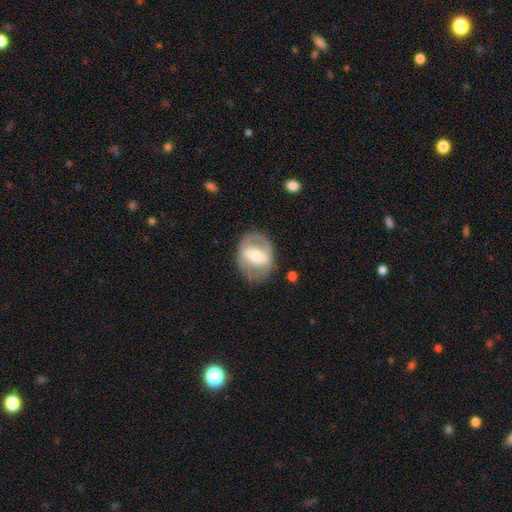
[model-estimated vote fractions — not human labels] smooth-or-featured: featured or disk: 59% | smooth: 35% | star or artifact: 6%
  disk-edge-on: no: 94% | yes: 6%
    bar: strong: 41% | weak: 35% | no: 24%
    has-spiral-arms: no: 61% | yes: 39%
    bulge-size: moderate: 56% | small: 21% | large: 18% | none: 2% | dominant: 2%
  merging: none: 68% | minor disturbance: 19% | major disturbance: 11% | merger: 2%